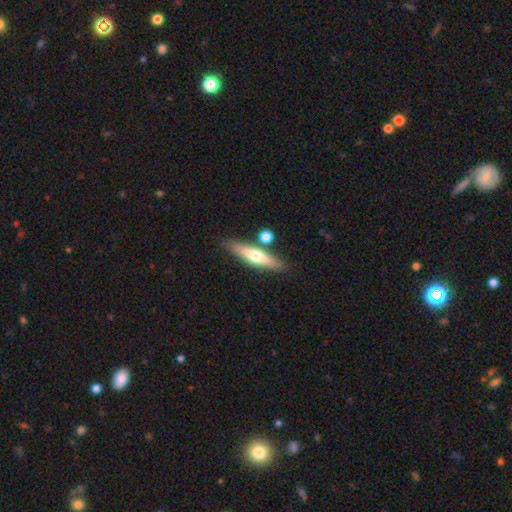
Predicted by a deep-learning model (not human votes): smooth-or-featured: featured or disk: 48% | smooth: 46% | star or artifact: 6%
  merging: none: 76% | merger: 11% | minor disturbance: 10% | major disturbance: 3%